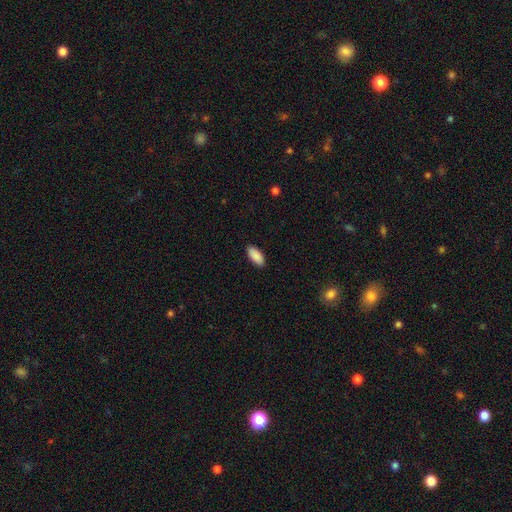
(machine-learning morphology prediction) The model was most divided on "merging": none: 90%, minor disturbance: 8%, major disturbance: 2%, merger: 1%. More confident: smooth or featured — smooth (90%); how rounded — in between (90%).